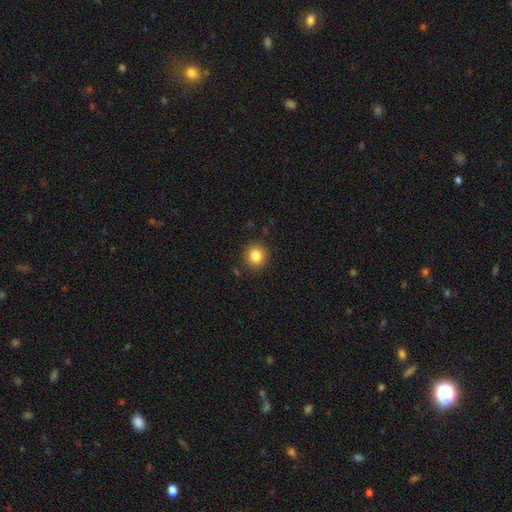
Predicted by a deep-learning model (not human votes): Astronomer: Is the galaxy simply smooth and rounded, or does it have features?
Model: smooth — 84%.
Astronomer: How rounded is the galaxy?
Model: round — 90%.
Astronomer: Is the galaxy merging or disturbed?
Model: none — 89%.